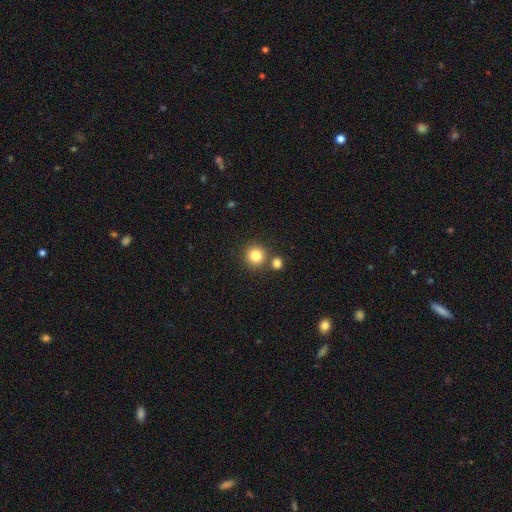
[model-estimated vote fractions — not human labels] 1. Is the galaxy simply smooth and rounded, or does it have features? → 83% smooth, 11% star or artifact, 6% featured or disk.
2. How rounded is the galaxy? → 93% round, 6% in between, 1% cigar-shaped.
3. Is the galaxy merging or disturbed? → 76% none, 14% merger, 7% minor disturbance, 2% major disturbance.